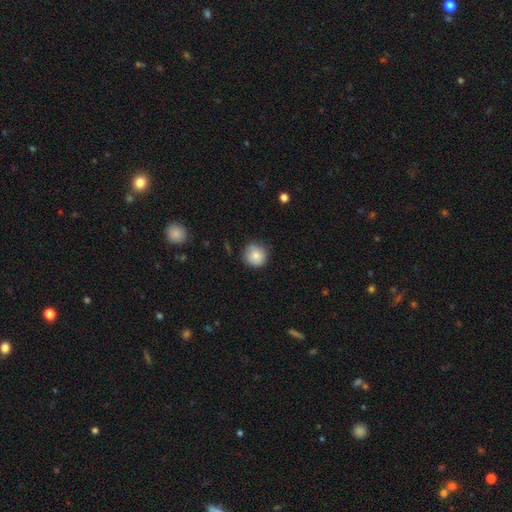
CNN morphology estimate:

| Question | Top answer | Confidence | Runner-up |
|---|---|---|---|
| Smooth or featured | smooth | 81% | featured or disk (10%) |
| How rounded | round | 92% | in between (7%) |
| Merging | none | 75% | minor disturbance (20%) |